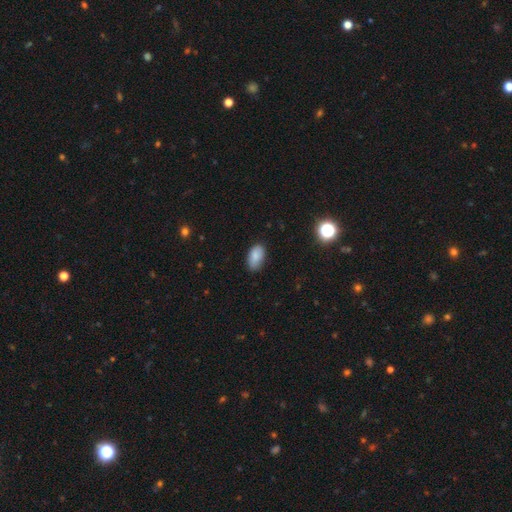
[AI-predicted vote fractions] Smooth or featured? smooth (86%)
How rounded? in between (93%)
Merging? none (77%)